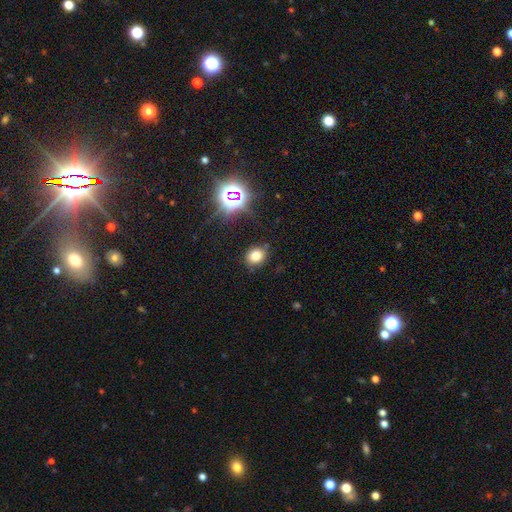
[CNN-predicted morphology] Q: Smooth or featured?
A: smooth (74%); runner-up: star or artifact (19%)
Q: How rounded?
A: round (57%); runner-up: in between (42%)
Q: Merging?
A: none (83%); runner-up: minor disturbance (12%)